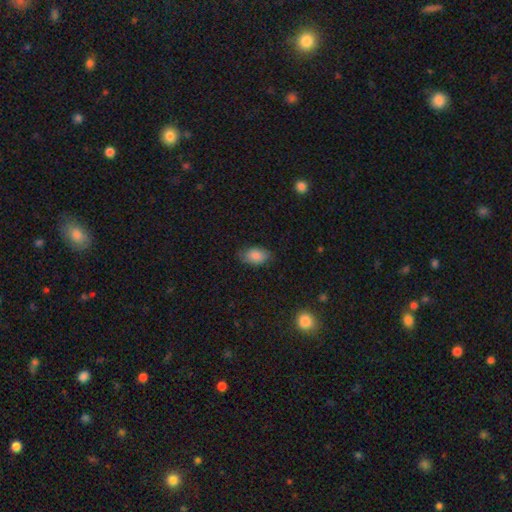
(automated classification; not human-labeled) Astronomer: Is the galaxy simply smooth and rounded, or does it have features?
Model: smooth — 86%.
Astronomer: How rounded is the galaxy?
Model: in between — 90%.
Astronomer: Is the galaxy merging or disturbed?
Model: none — 78%.